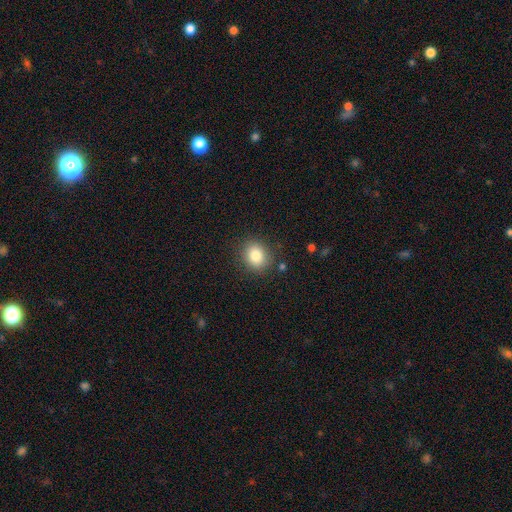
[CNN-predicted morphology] The model was most divided on "how rounded": round: 70%, in between: 29%, cigar-shaped: 1%. More confident: merging — none (86%); smooth or featured — smooth (83%).